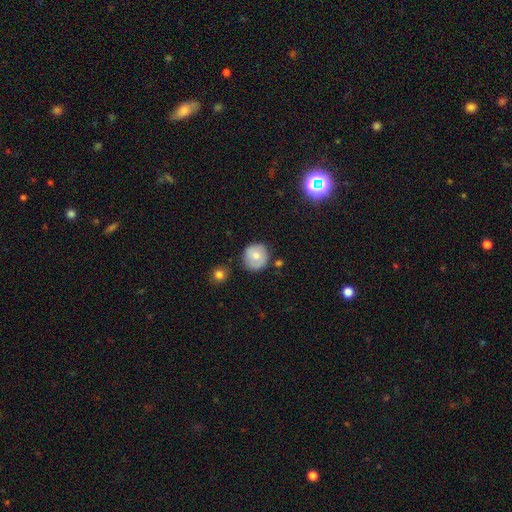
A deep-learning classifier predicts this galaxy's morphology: smooth 70%, featured or disk 21%, star or artifact 9%. Down the decision tree: how rounded — round (92%); merging — none (78%).